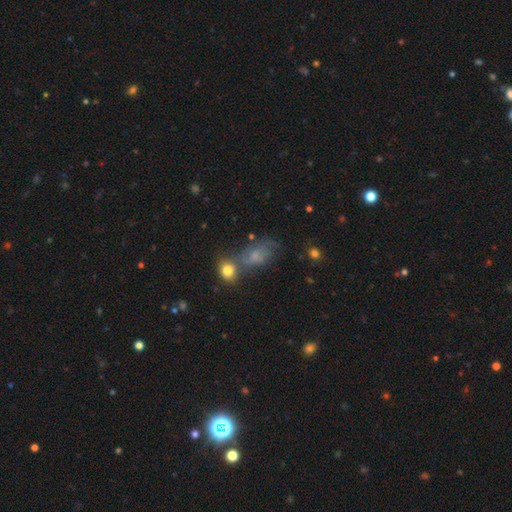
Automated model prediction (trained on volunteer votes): A smooth galaxy with no disk features (48%). Merging: none (41%).